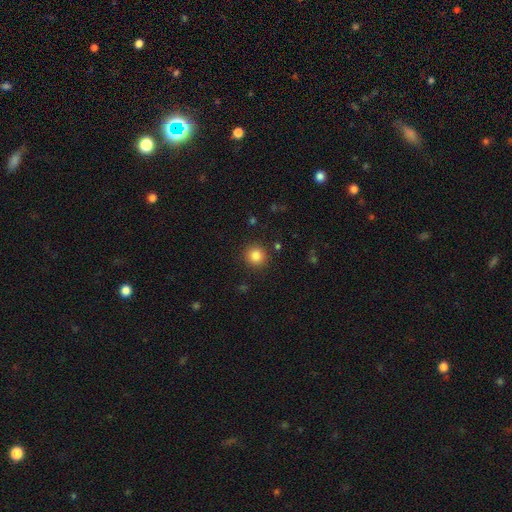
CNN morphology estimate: A smooth galaxy with no disk features (84%) that is round (94%).

Vote fractions:
- Smooth or featured? smooth: 84% / star or artifact: 11% / featured or disk: 5%
- How rounded? round: 94% / in between: 5% / cigar-shaped: 1%
- Merging? none: 90% / minor disturbance: 6% / major disturbance: 2% / merger: 2%